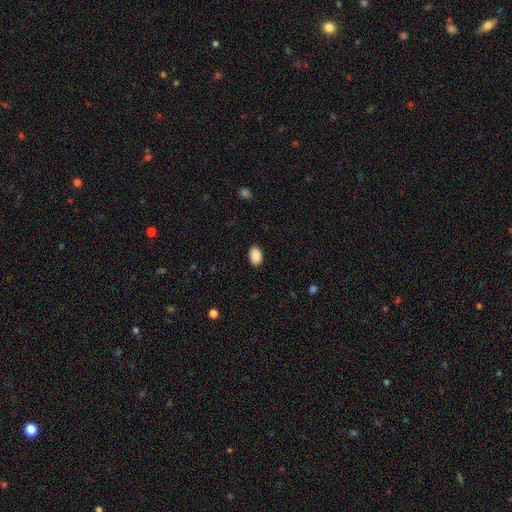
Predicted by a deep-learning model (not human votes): This appears to be a smooth galaxy with no disk features (90%) that is in between round and cigar-shaped (88%). Merging: none (88%).